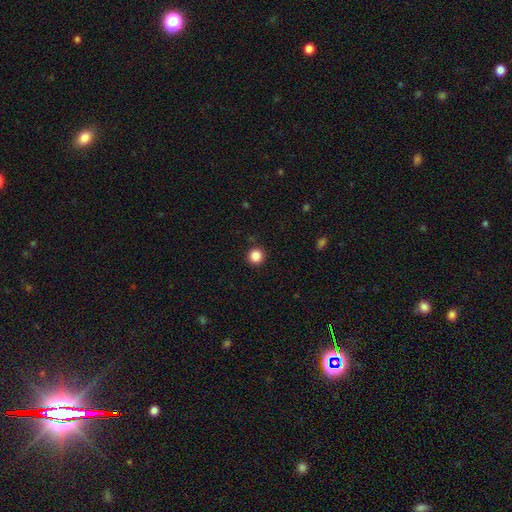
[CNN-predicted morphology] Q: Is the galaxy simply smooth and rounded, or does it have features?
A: smooth — 86%.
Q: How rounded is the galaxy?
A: round — 95%.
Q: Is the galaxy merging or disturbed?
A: none — 91%.